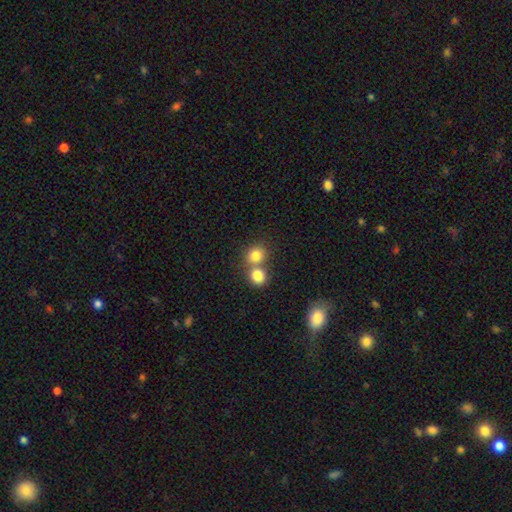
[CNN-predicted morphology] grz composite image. It shows a smooth galaxy with no disk features (81%) that is round (82%). Merging: none (46%).